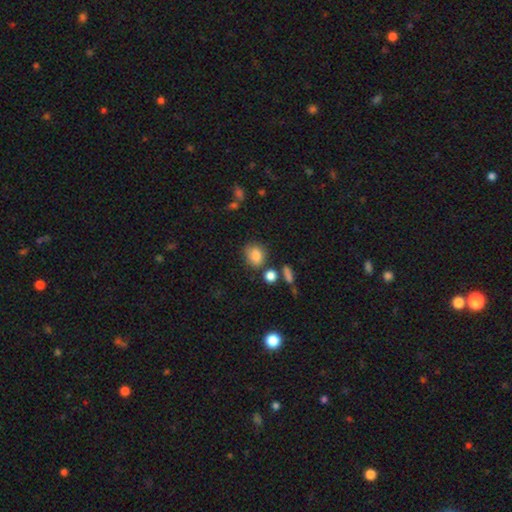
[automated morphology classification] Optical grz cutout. It shows a smooth galaxy with no disk features (84%) that is round (58%). Merging: none (71%).